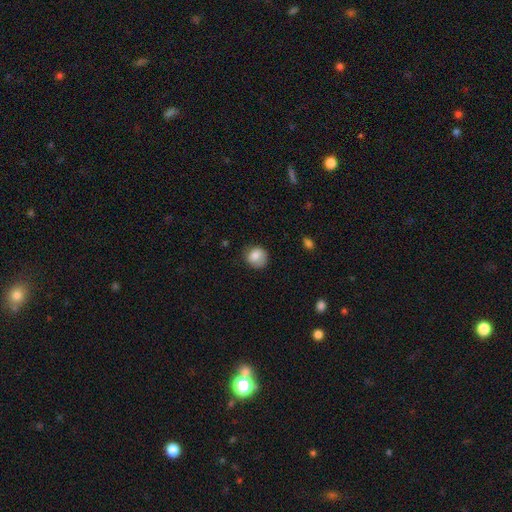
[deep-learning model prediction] A smooth galaxy with no disk features (82%) that is round (80%). Merging: none (71%).